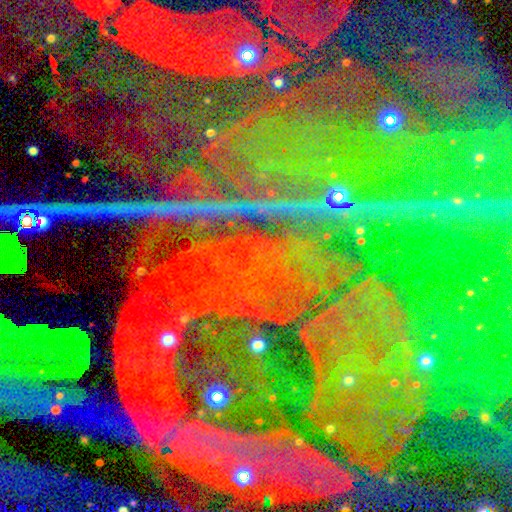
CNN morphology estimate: Overall: star or artifact (88%).